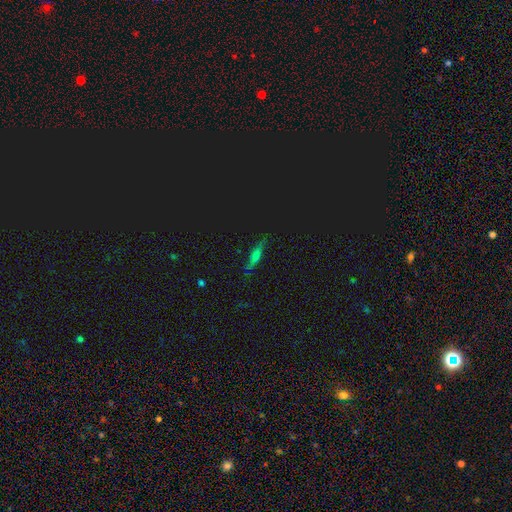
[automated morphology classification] smooth_or_featured: smooth (p=0.48) [alt: featured or disk p=0.30]
merging: none (p=0.78) [alt: minor disturbance p=0.16]